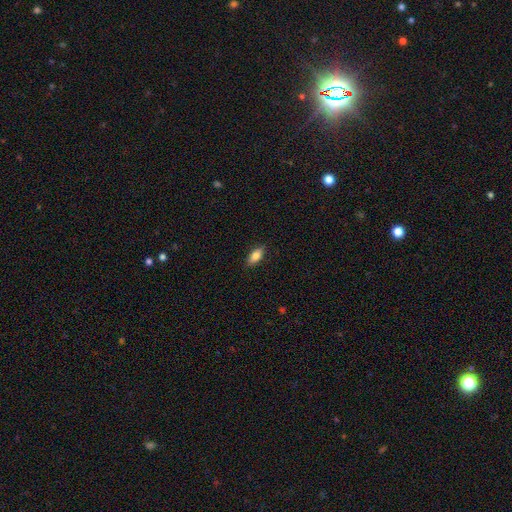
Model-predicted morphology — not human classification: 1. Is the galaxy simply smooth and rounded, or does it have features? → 83% smooth, 10% featured or disk, 7% star or artifact.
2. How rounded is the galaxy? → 86% in between, 10% cigar-shaped, 3% round.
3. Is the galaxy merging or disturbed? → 88% none, 9% minor disturbance, 2% major disturbance, 1% merger.